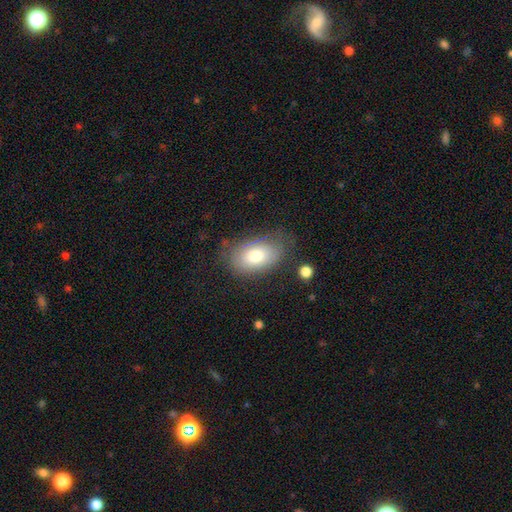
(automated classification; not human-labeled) This appears to be a smooth galaxy with no disk features (74%) that is in between round and cigar-shaped (90%). Merging: none (68%).